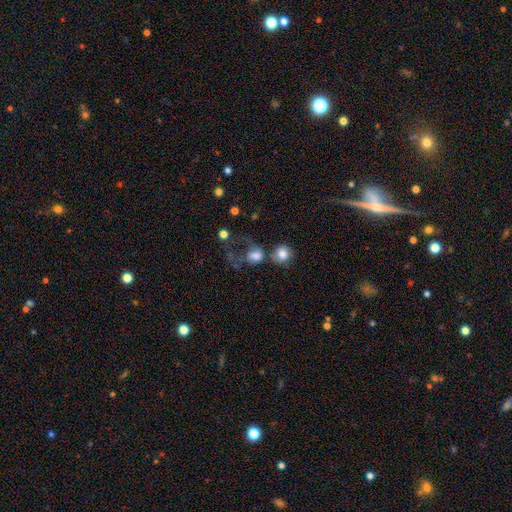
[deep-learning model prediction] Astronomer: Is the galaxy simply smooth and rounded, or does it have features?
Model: smooth — 69%.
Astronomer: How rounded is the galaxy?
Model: round — 60% (runner-up: in between, 39%).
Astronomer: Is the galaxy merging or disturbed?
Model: major disturbance — 38% (runner-up: merger, 29%).